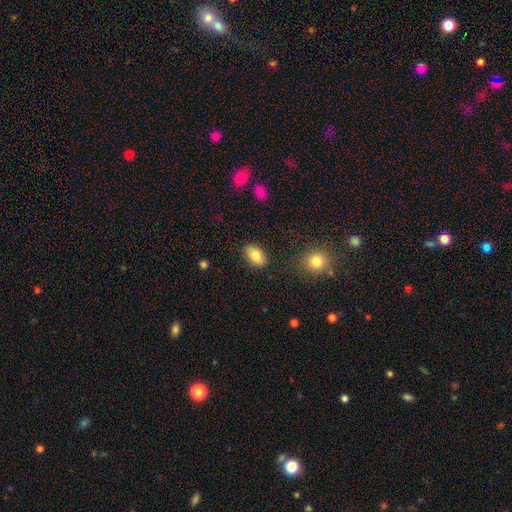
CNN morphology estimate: smooth 82%, featured or disk 11%, star or artifact 8%. Down the decision tree: how rounded — in between (89%); merging — none (85%).